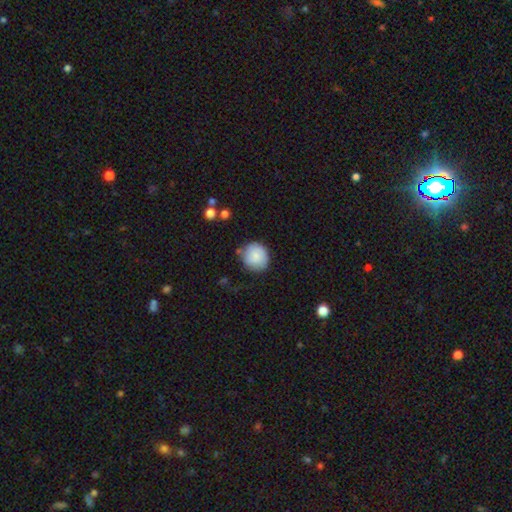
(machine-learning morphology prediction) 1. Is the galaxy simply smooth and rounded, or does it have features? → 78% smooth, 15% featured or disk, 7% star or artifact.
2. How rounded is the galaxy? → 87% round, 12% in between, 1% cigar-shaped.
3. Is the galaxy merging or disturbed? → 75% none, 18% minor disturbance, 5% major disturbance, 3% merger.